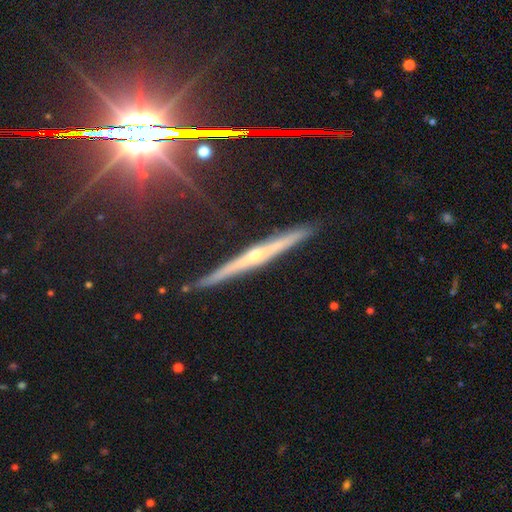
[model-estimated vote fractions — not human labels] Smooth or featured? Predicted: featured or disk (p=0.75). Edge-on disk? Predicted: yes (p=0.98). Edge-on bulge? Predicted: rounded (p=0.72). Merging? Predicted: none (p=0.89).